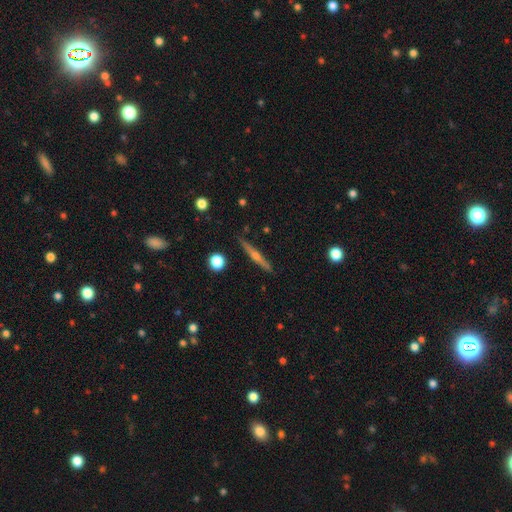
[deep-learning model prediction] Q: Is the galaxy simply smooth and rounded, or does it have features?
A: featured or disk — 70%.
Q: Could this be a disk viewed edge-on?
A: yes — 98%.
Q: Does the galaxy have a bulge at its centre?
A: rounded — 86%.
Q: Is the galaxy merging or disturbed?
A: none — 90%.